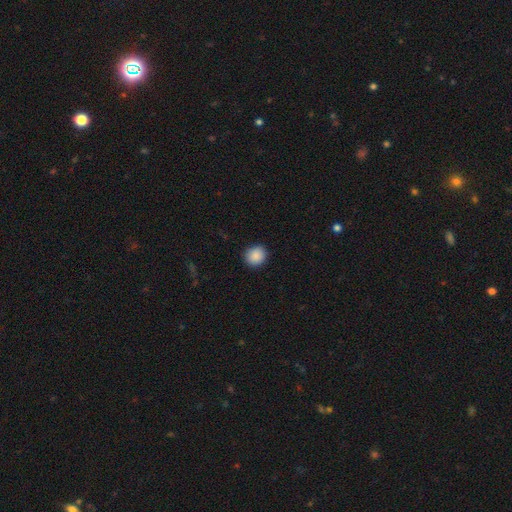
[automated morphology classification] smooth-or-featured: smooth: 89% | star or artifact: 8% | featured or disk: 3%
  how-rounded: round: 84% | in between: 16% | cigar-shaped: 1%
  merging: none: 90% | minor disturbance: 7% | major disturbance: 2% | merger: 1%